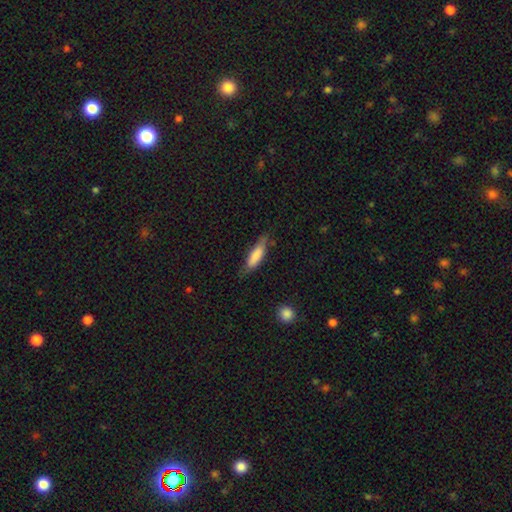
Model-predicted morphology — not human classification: This is likely a smooth galaxy (76%). How rounded: likely cigar-shaped (62%). Merging: likely none (64%).